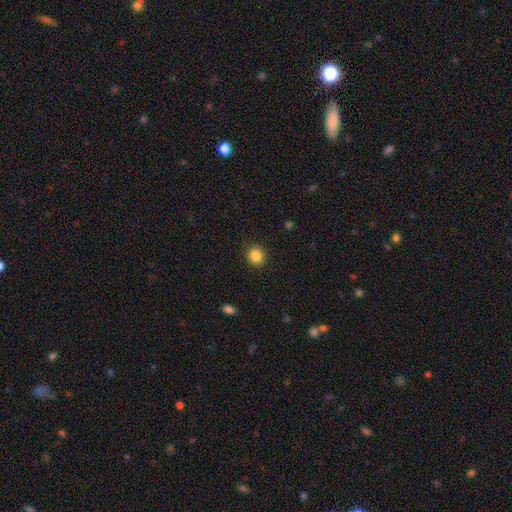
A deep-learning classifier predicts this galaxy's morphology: Overall: smooth (85%). How rounded: round (81%). Merging: none (89%).